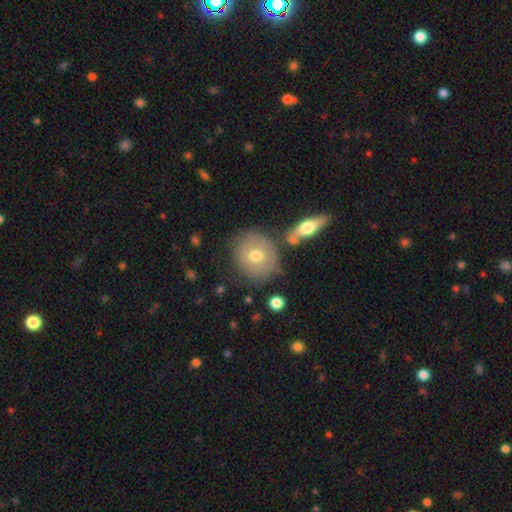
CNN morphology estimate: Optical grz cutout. It shows a smooth galaxy with no disk features (58%) that is round (79%). Merging: none (74%).